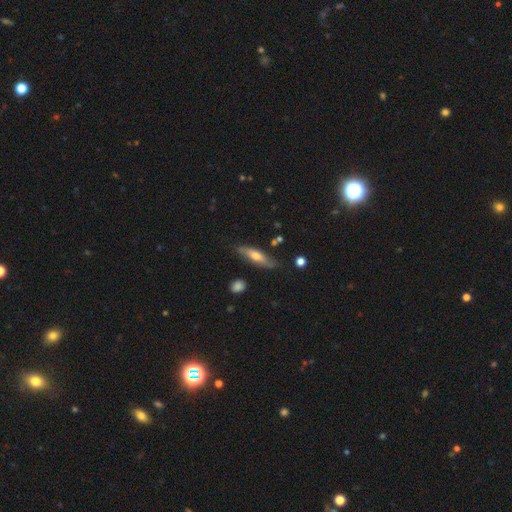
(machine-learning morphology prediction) Overall: smooth (55%; featured or disk 39%). How rounded: cigar-shaped (66%; in between 32%). Merging: none (76%).